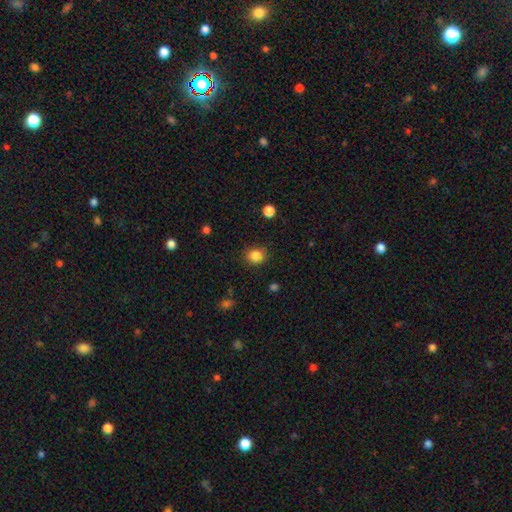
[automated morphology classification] type=smooth (85%); roundness=round (77%); merging=none (86%).